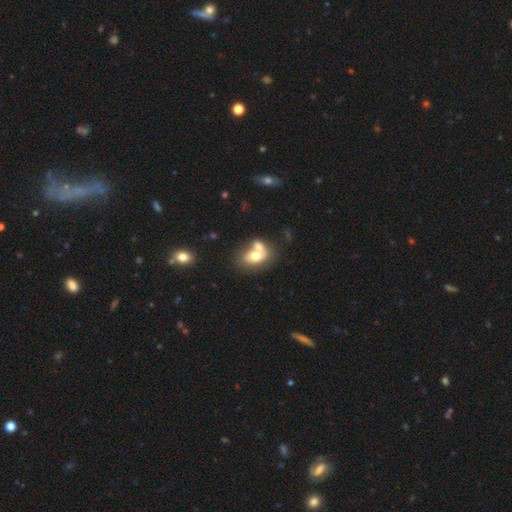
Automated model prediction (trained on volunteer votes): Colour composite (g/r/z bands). It shows a smooth galaxy with no disk features (66%) that is in between round and cigar-shaped (73%). Merging: merger (61%).